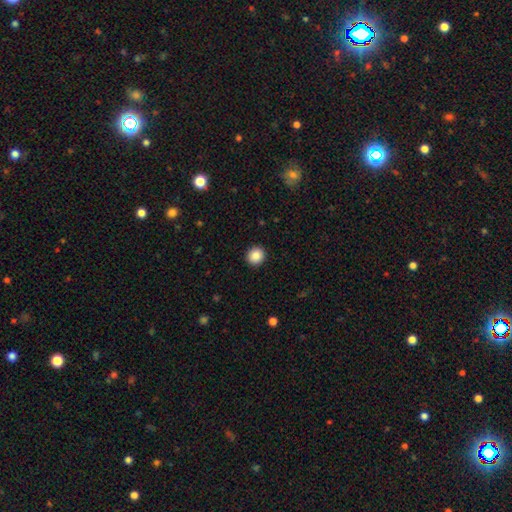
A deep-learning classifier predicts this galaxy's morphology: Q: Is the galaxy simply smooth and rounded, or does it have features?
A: smooth — 87%.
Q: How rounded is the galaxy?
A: round — 90%.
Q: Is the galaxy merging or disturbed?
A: none — 92%.